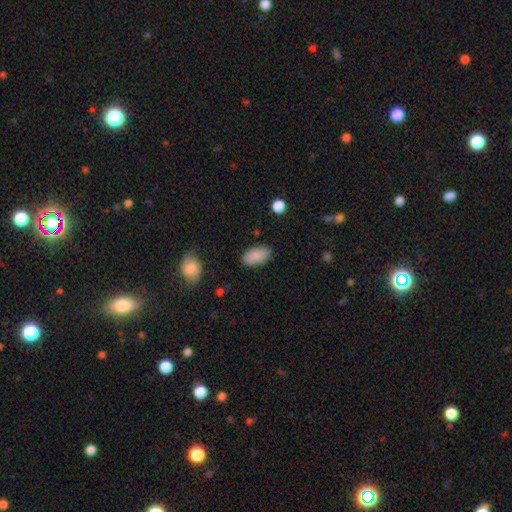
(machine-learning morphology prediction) Smooth or featured?
  - smooth: 88% *
  - star or artifact: 7%
  - featured or disk: 5%
How rounded?
  - in between: 95% *
  - round: 3%
  - cigar-shaped: 2%
Merging?
  - none: 85% *
  - minor disturbance: 11%
  - major disturbance: 3%
  - merger: 1%